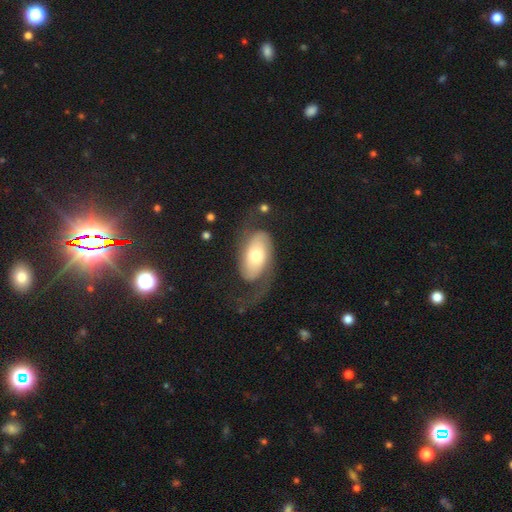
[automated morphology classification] smooth-or-featured: featured or disk: 73% | smooth: 22% | star or artifact: 5%
  disk-edge-on: no: 94% | yes: 6%
    bar: no: 68% | weak: 23% | strong: 10%
    has-spiral-arms: yes: 91% | no: 9%
      spiral-winding: loose: 49% | medium: 33% | tight: 18%
      spiral-arm-count: 2: 81% | 1: 10% | can't tell: 6% | 3: 1% | 4: 1% | more than 4: 1%
    bulge-size: moderate: 60% | small: 19% | large: 16% | dominant: 4% | none: 1%
  merging: none: 56% | major disturbance: 26% | minor disturbance: 16% | merger: 2%